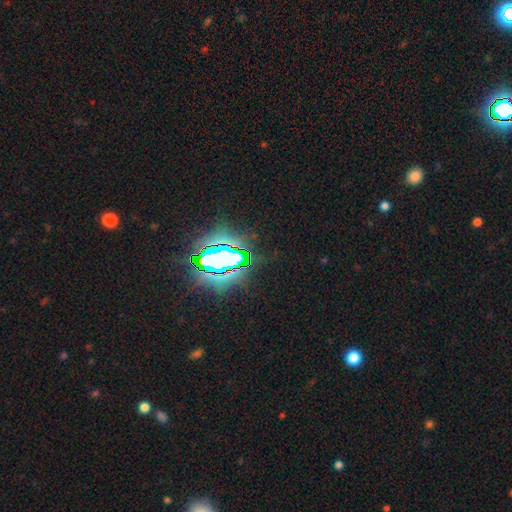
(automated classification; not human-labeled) A star or artifact, not a galaxy (80%).

Vote fractions:
- Smooth or featured? star or artifact: 80% / smooth: 11% / featured or disk: 9%